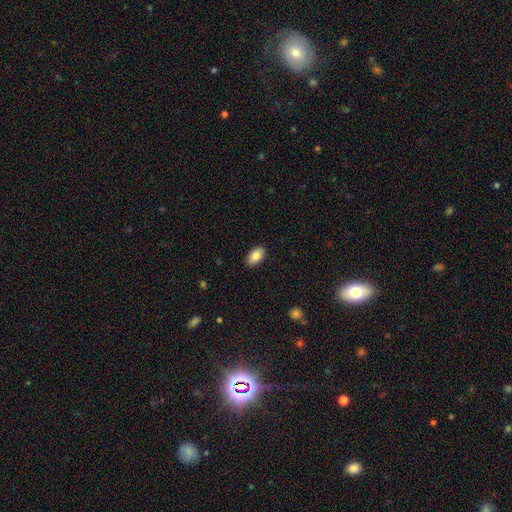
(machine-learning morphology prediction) A smooth galaxy with no disk features (86%) that is in between round and cigar-shaped (94%). Merging: none (89%).